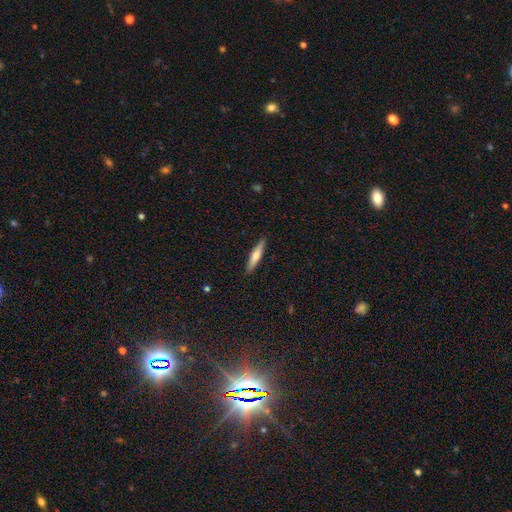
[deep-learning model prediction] smooth_or_featured: smooth (p=0.64) [alt: featured or disk p=0.30]
how_rounded: cigar-shaped (p=0.88) [alt: in between p=0.10]
merging: none (p=0.90) [alt: minor disturbance p=0.07]